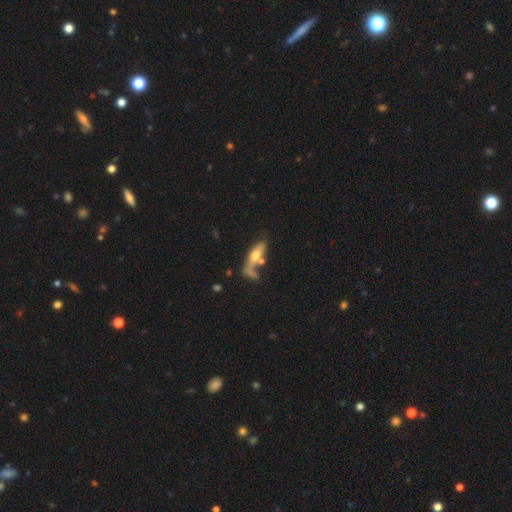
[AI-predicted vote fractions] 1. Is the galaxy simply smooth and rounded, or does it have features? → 56% smooth, 37% featured or disk, 7% star or artifact.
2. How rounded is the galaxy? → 49% cigar-shaped, 48% in between, 3% round.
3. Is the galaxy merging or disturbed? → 42% none, 31% merger, 17% minor disturbance, 10% major disturbance.